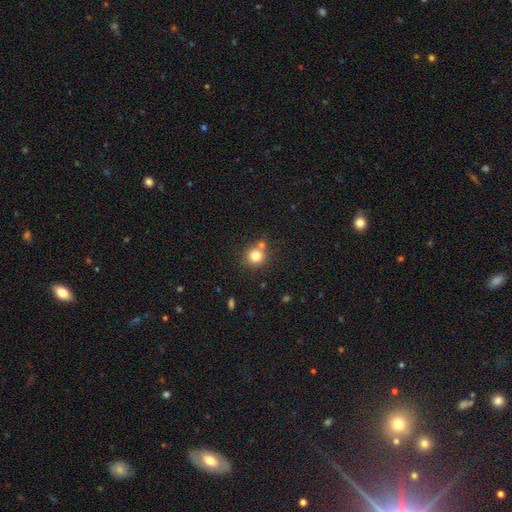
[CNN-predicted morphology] The model was most divided on "merging": none: 65%, merger: 22%, minor disturbance: 10%, major disturbance: 3%. More confident: how rounded — round (89%); smooth or featured — smooth (79%).